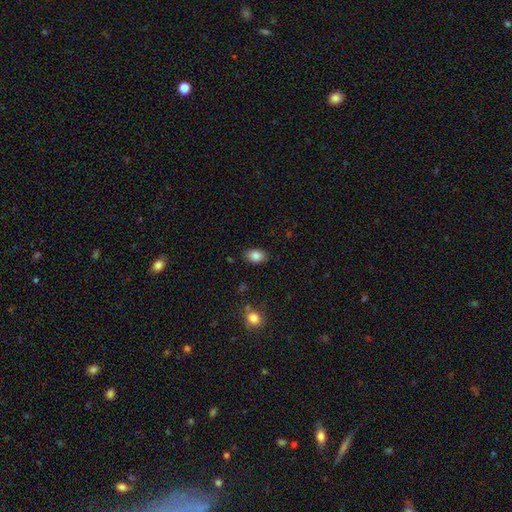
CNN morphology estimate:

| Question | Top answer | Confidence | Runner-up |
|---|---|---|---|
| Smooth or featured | smooth | 85% | star or artifact (9%) |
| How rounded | in between | 84% | round (15%) |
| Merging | none | 85% | minor disturbance (11%) |